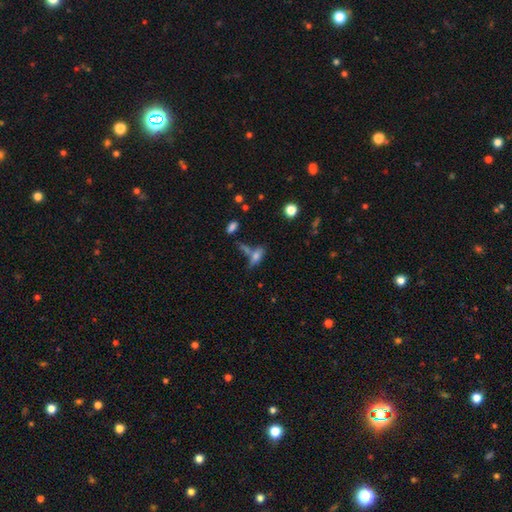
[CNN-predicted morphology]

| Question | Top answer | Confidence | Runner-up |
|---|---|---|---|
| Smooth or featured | smooth | 61% | featured or disk (25%) |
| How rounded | in between | 63% | cigar-shaped (31%) |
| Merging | none | 45% | merger (28%) |